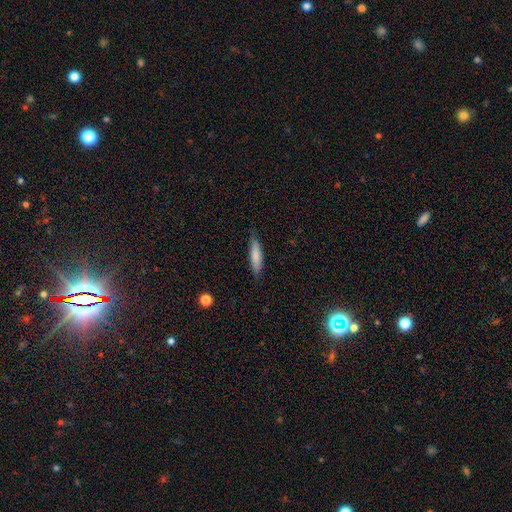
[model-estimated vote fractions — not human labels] Smooth or featured: smooth — 79% (featured or disk — 15%)
How rounded: cigar-shaped — 76% (in between — 22%)
Merging: none — 82% (minor disturbance — 14%)